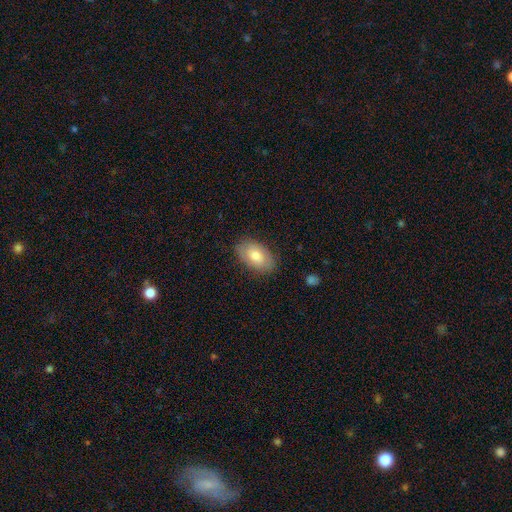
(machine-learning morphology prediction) A smooth galaxy with no disk features (75%) that is in between round and cigar-shaped (93%). Merging: none (84%).